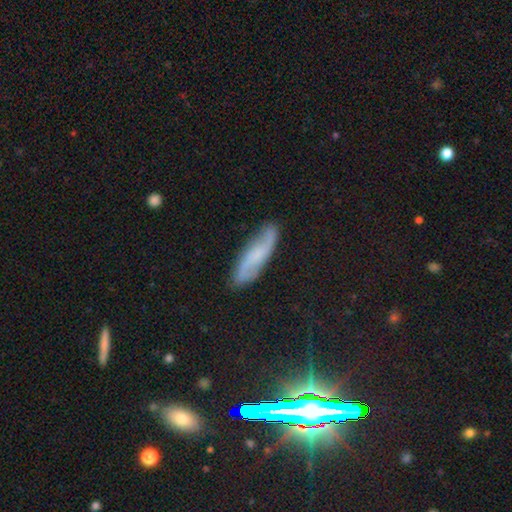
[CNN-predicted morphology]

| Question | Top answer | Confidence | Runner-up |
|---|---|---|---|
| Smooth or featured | featured or disk | 60% | smooth (31%) |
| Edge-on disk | no | 80% | yes (20%) |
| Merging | none | 81% | minor disturbance (14%) |